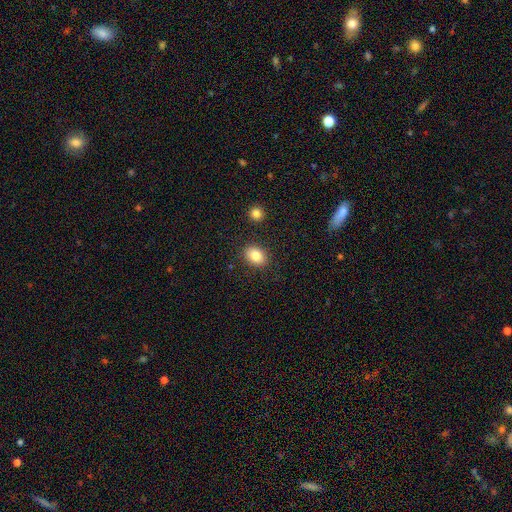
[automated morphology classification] type=smooth (83%); roundness=in between (66%); merging=none (86%).